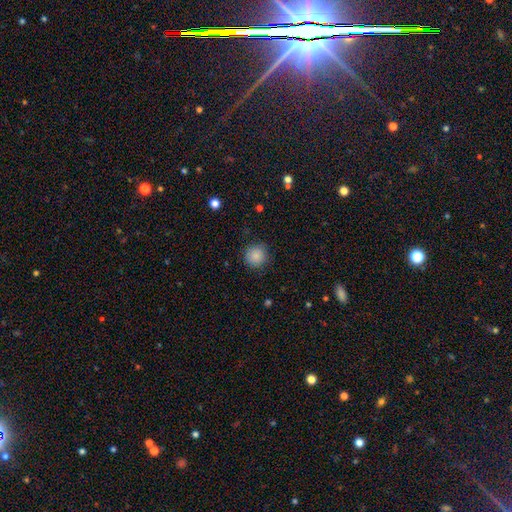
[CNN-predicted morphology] This is clearly a smooth galaxy (87%). How rounded: clearly round (93%). Merging: clearly none (87%).